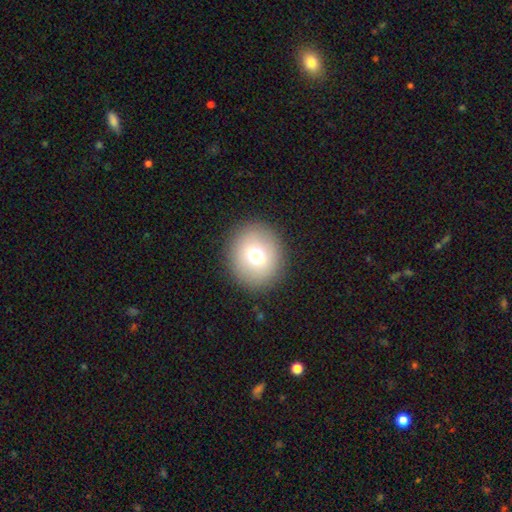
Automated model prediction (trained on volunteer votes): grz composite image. It shows a smooth galaxy with no disk features (69%) that is round (77%). Merging: none (89%).